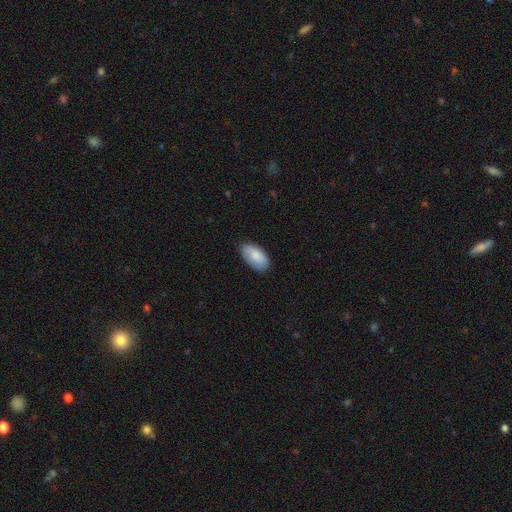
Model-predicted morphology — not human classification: type=smooth (85%); roundness=in between (95%); merging=none (83%).